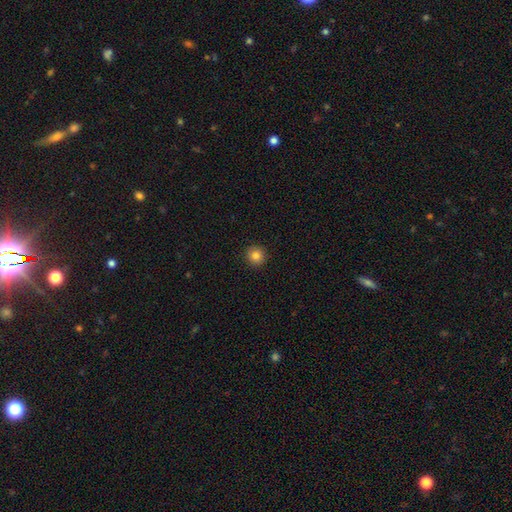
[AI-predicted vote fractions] This is clearly a smooth galaxy (83%). How rounded: clearly round (95%). Merging: clearly none (93%).